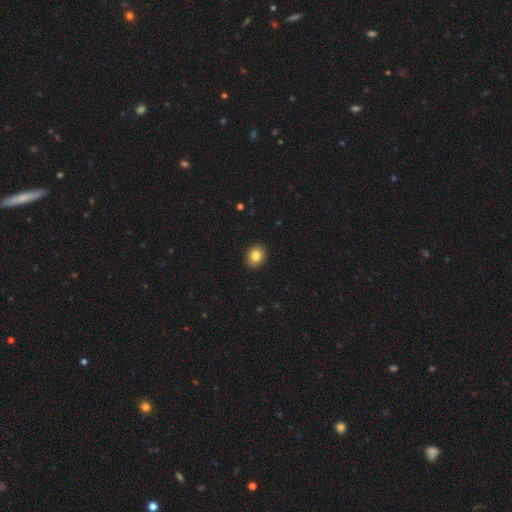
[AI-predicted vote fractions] Smooth or featured?
  - smooth: 83% *
  - star or artifact: 10%
  - featured or disk: 7%
How rounded?
  - round: 61% *
  - in between: 38%
  - cigar-shaped: 1%
Merging?
  - none: 91% *
  - minor disturbance: 6%
  - major disturbance: 2%
  - merger: 1%